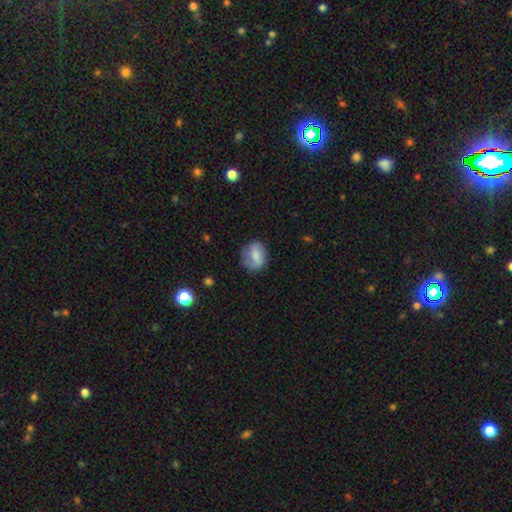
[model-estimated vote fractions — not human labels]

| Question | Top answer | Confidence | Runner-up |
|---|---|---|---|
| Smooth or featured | smooth | 65% | featured or disk (27%) |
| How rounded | round | 60% | in between (39%) |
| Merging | none | 65% | minor disturbance (24%) |